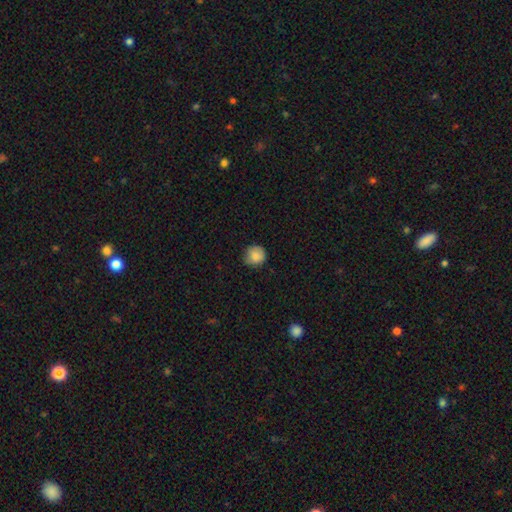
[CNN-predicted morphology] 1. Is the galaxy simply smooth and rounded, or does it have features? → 85% smooth, 8% star or artifact, 7% featured or disk.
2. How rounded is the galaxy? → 90% round, 9% in between, 1% cigar-shaped.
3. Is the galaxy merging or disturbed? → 77% none, 19% minor disturbance, 3% major disturbance, 1% merger.